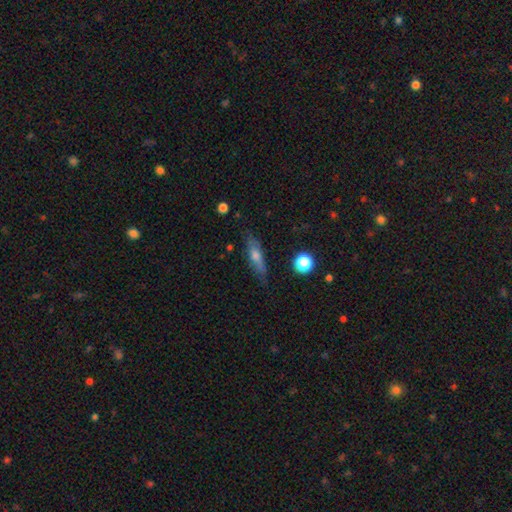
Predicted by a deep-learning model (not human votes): Smooth or featured: smooth — 50% (featured or disk — 41%)
How rounded: cigar-shaped — 68% (in between — 28%)
Merging: none — 79% (minor disturbance — 16%)